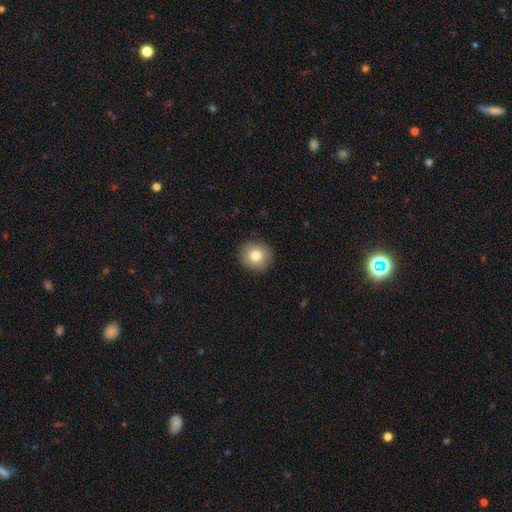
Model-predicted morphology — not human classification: Smooth or featured? smooth (79%)
How rounded? round (88%)
Merging? none (90%)